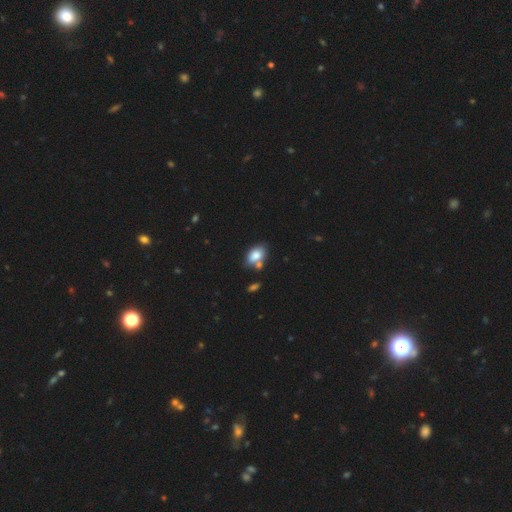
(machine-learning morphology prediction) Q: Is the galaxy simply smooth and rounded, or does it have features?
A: smooth — 81%.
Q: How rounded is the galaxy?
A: in between — 86%.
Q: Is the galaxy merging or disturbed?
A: none — 56%.